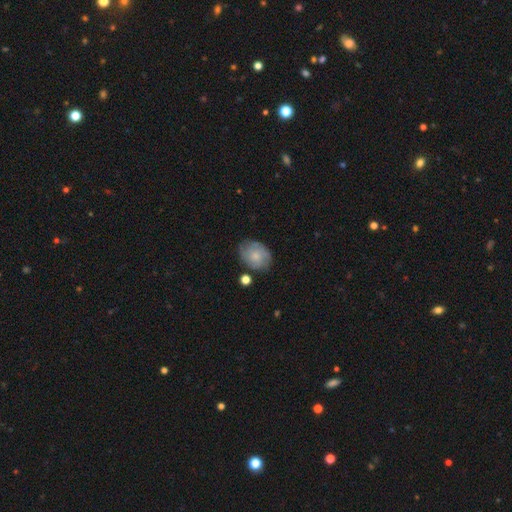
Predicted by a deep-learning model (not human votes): Q: Smooth or featured?
A: smooth (60%); runner-up: featured or disk (33%)
Q: How rounded?
A: in between (63%); runner-up: round (36%)
Q: Merging?
A: none (69%); runner-up: minor disturbance (21%)